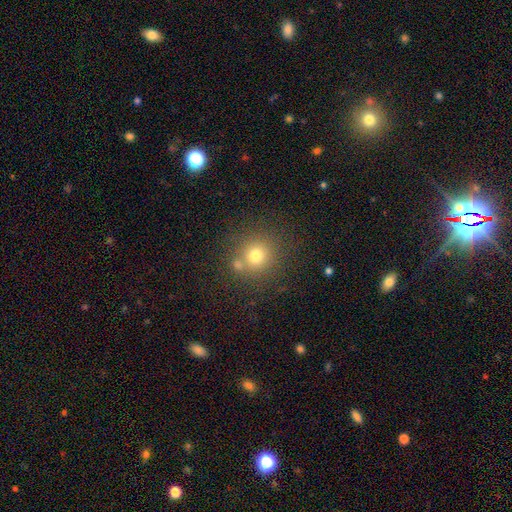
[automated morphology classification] Overall: smooth (72%). How rounded: round (91%). Merging: none (69%).